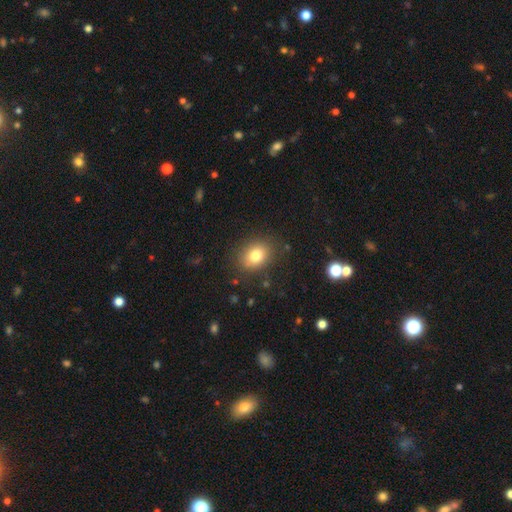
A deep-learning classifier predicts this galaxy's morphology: Smooth or featured? smooth (80%)
How rounded? in between (55%)
Merging? none (84%)